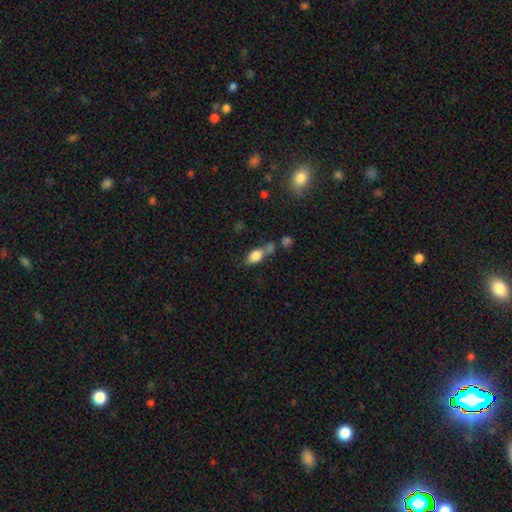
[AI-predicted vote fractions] The model was most divided on "merging": none: 37%, merger: 36%, minor disturbance: 18%, major disturbance: 10%. More confident: how rounded — in between (82%); smooth or featured — smooth (77%).